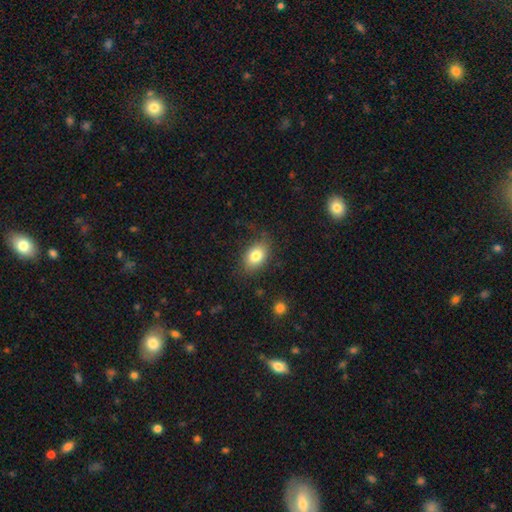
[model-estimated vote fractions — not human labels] smooth 81%, featured or disk 11%, star or artifact 8%. Down the decision tree: how rounded — in between (84%); merging — none (80%).